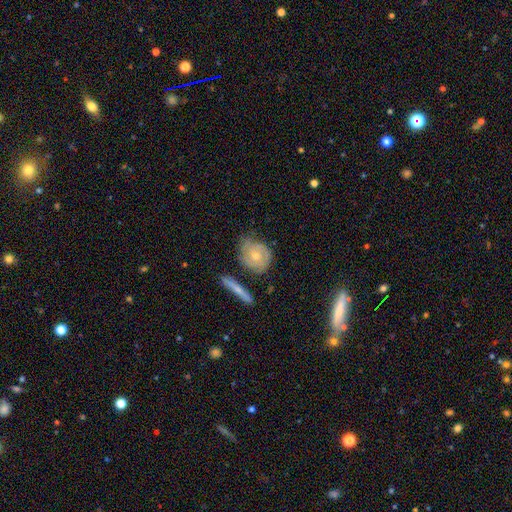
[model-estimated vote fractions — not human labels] Smooth or featured?
  - featured or disk: 55% *
  - smooth: 40%
  - star or artifact: 6%
Edge-on disk?
  - no: 92% *
  - yes: 8%
Bar?
  - no: 78% *
  - weak: 19%
  - strong: 3%
Spiral arms?
  - yes: 78% *
  - no: 22%
Bulge size?
  - moderate: 56% *
  - small: 38%
  - large: 3%
  - none: 2%
  - dominant: 1%
Merging?
  - none: 64% *
  - minor disturbance: 24%
  - major disturbance: 7%
  - merger: 5%